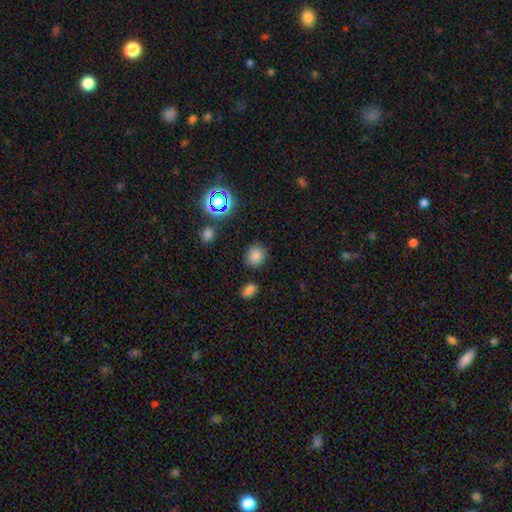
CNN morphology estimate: smooth 80%, star or artifact 15%, featured or disk 5%. Down the decision tree: how rounded — round (81%); merging — none (84%).